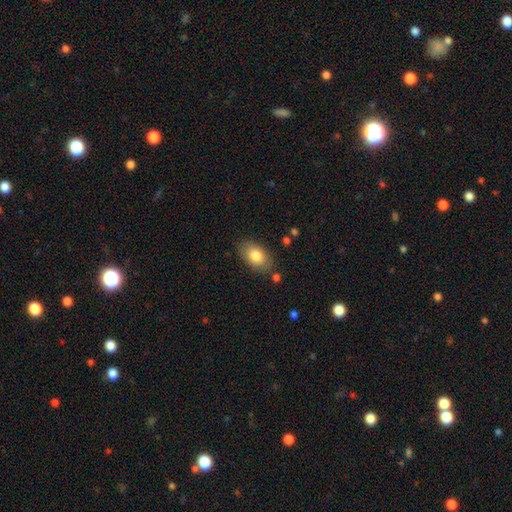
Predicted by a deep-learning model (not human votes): smooth-or-featured: smooth: 81% | featured or disk: 12% | star or artifact: 7%
  how-rounded: in between: 90% | round: 8% | cigar-shaped: 2%
  merging: none: 81% | minor disturbance: 13% | major disturbance: 3% | merger: 3%